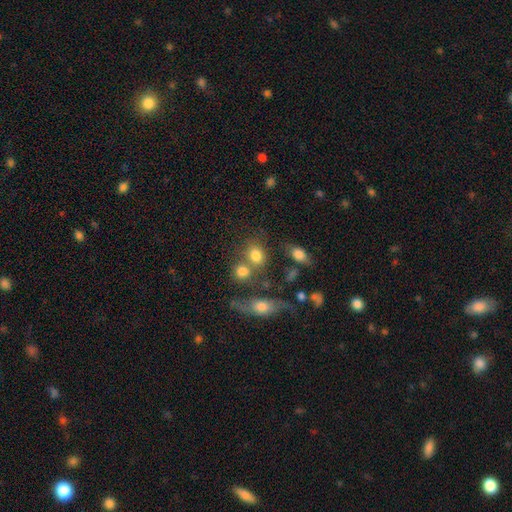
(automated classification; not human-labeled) smooth-or-featured: smooth: 77% | star or artifact: 12% | featured or disk: 11%
  how-rounded: in between: 50% | round: 48% | cigar-shaped: 2%
  merging: none: 47% | merger: 33% | minor disturbance: 13% | major disturbance: 8%